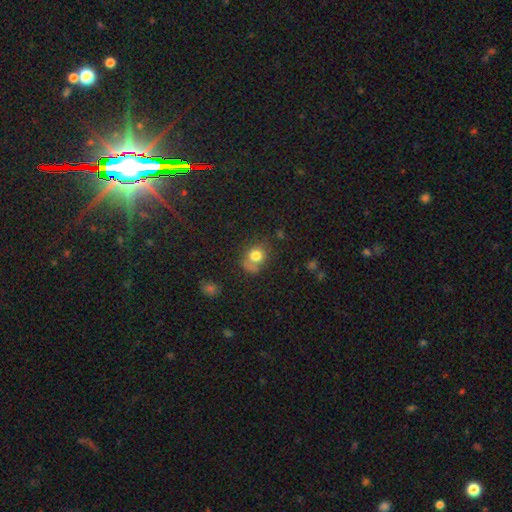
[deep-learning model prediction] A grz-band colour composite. It shows a smooth galaxy with no disk features (77%) that is round (69%). Merging: none (53%).